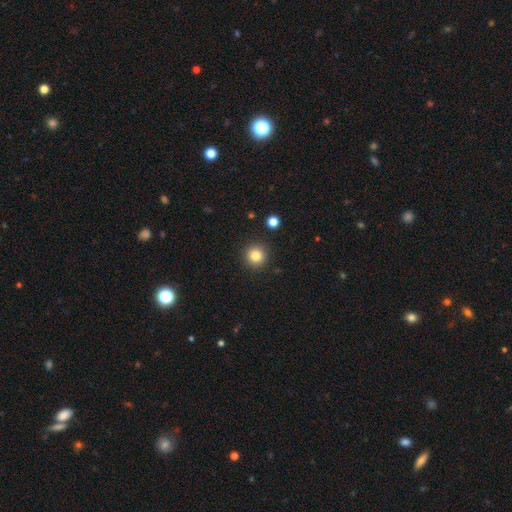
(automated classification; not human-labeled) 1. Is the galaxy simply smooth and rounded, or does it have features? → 83% smooth, 11% star or artifact, 6% featured or disk.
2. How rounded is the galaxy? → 95% round, 4% in between, 1% cigar-shaped.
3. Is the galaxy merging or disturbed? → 91% none, 5% minor disturbance, 2% major disturbance, 2% merger.